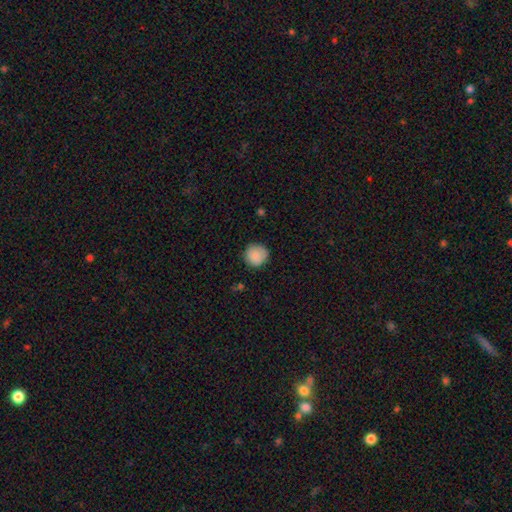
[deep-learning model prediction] smooth 87%, star or artifact 8%, featured or disk 5%. Down the decision tree: how rounded — round (93%); merging — none (84%).